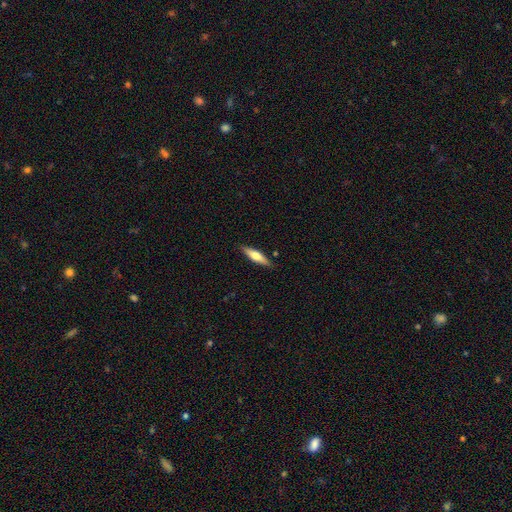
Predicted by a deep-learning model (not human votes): Smooth or featured: smooth — 59% (featured or disk — 36%)
How rounded: cigar-shaped — 69% (in between — 29%)
Merging: none — 87% (minor disturbance — 10%)